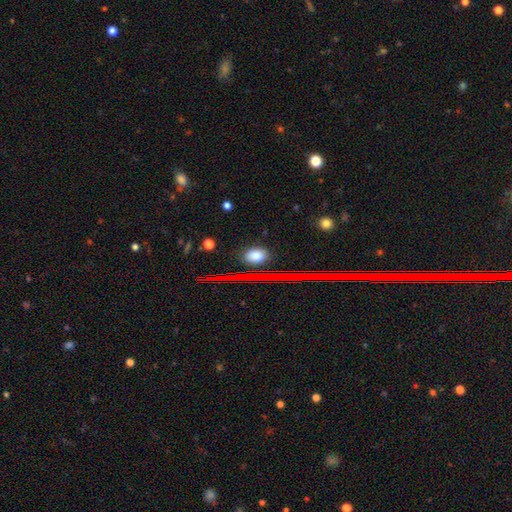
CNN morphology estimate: smooth_or_featured: smooth (p=0.77) [alt: star or artifact p=0.16]
how_rounded: in between (p=0.68) [alt: round p=0.29]
merging: none (p=0.85) [alt: minor disturbance p=0.10]